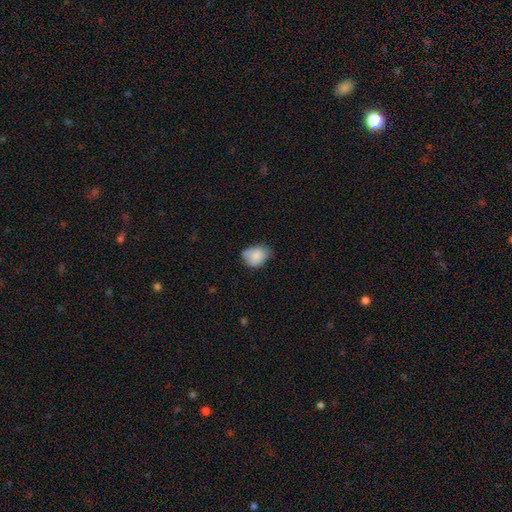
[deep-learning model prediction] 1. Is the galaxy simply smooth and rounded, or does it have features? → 83% smooth, 9% featured or disk, 8% star or artifact.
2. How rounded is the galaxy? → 66% in between, 33% round, 1% cigar-shaped.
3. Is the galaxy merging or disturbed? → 52% none, 37% minor disturbance, 8% major disturbance, 3% merger.